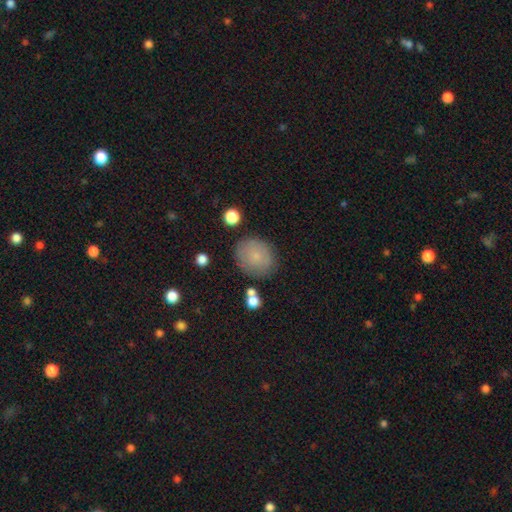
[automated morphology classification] Q: Smooth or featured?
A: smooth (78%); runner-up: featured or disk (13%)
Q: How rounded?
A: round (71%); runner-up: in between (28%)
Q: Merging?
A: none (81%); runner-up: minor disturbance (13%)